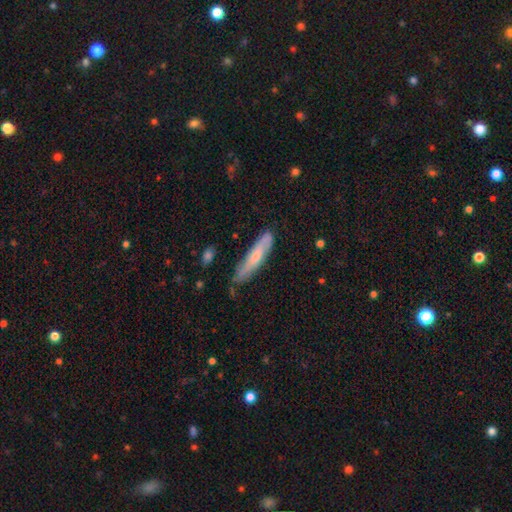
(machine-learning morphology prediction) Smooth or featured? Predicted: smooth (p=0.50). How rounded? Predicted: cigar-shaped (p=0.83). Merging? Predicted: none (p=0.73).